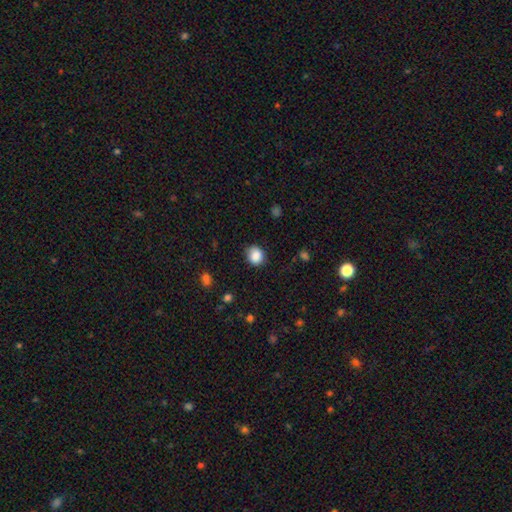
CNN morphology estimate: Smooth or featured? Predicted: smooth (p=0.87). How rounded? Predicted: round (p=0.71). Merging? Predicted: none (p=0.84).